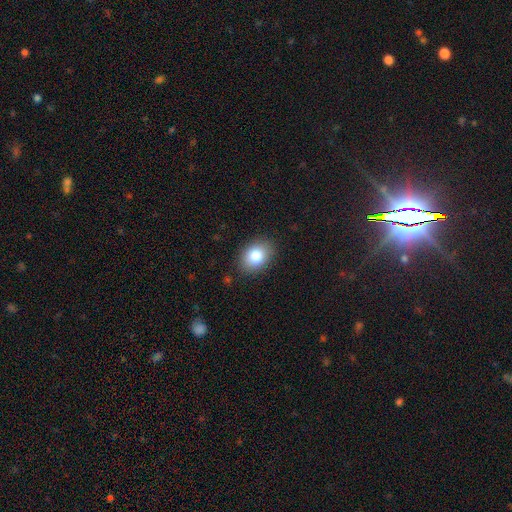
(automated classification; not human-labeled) Overall: smooth (83%). How rounded: in between (73%). Merging: none (87%).